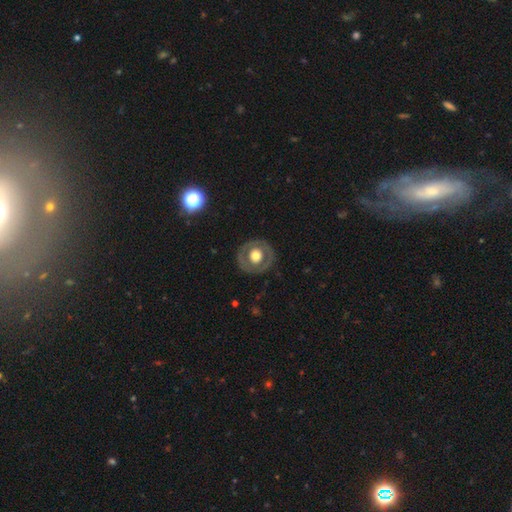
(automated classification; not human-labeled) Smooth or featured? Predicted: featured or disk (p=0.54). Edge-on disk? Predicted: no (p=0.95). Bar? Predicted: no (p=0.86). Spiral arms? Predicted: no (p=0.87). Bulge size? Predicted: large (p=0.50). Merging? Predicted: none (p=0.84).